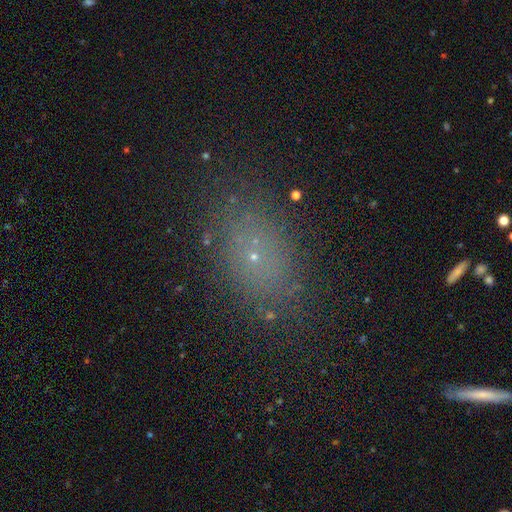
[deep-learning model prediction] A smooth galaxy with no disk features (59%) that is in between round and cigar-shaped (75%). Merging: none (82%).